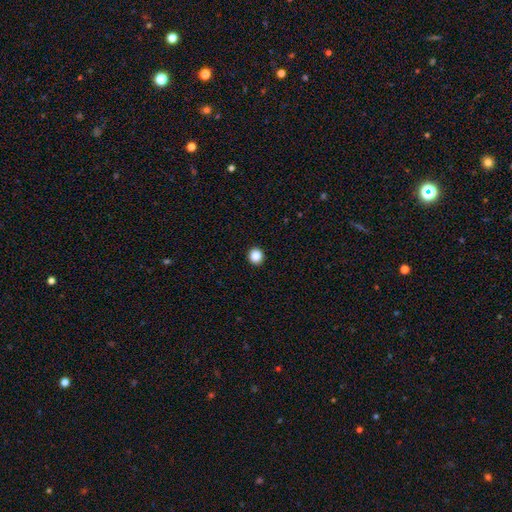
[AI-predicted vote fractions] A smooth galaxy with no disk features (87%) that is round (92%).

Vote fractions:
- Smooth or featured? smooth: 87% / star or artifact: 10% / featured or disk: 3%
- How rounded? round: 92% / in between: 7% / cigar-shaped: 1%
- Merging? none: 94% / minor disturbance: 4% / major disturbance: 1% / merger: 1%